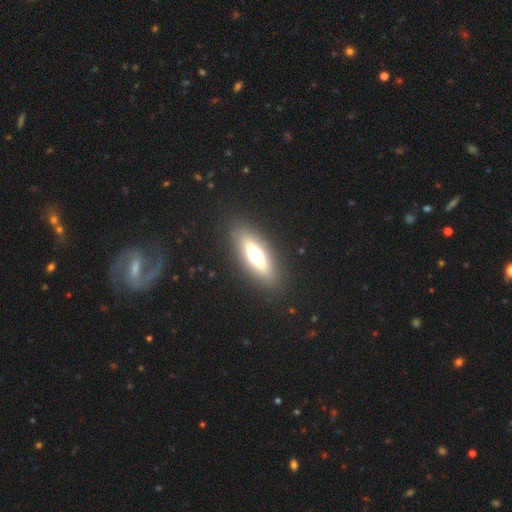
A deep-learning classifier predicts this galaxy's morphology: This is possibly a smooth galaxy (46%). Merging: clearly none (88%).